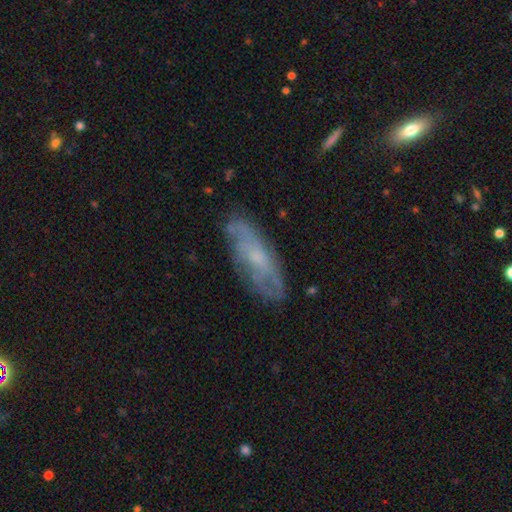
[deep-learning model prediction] The model was most divided on "smooth or featured": featured or disk: 58%, smooth: 34%, star or artifact: 8%. More confident: edge-on disk — no (76%); merging — none (74%).